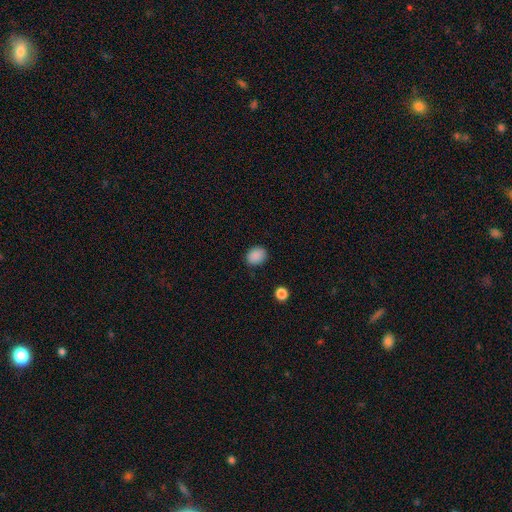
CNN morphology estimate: Smooth or featured: smooth — 88% (star or artifact — 9%)
How rounded: in between — 56% (round — 44%)
Merging: none — 85% (minor disturbance — 11%)